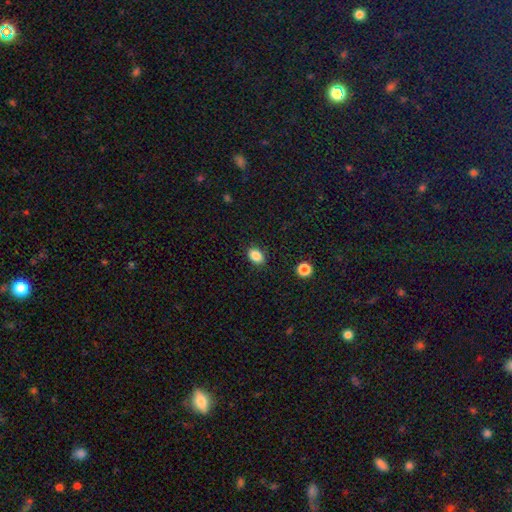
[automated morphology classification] The model was most divided on "how rounded": in between: 81%, round: 18%, cigar-shaped: 1%. More confident: merging — none (88%); smooth or featured — smooth (86%).